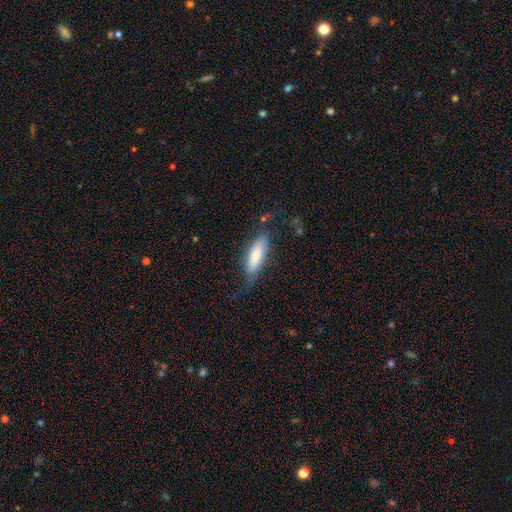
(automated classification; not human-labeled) Q: Smooth or featured?
A: smooth (69%); runner-up: featured or disk (25%)
Q: How rounded?
A: cigar-shaped (51%); runner-up: in between (48%)
Q: Merging?
A: none (62%); runner-up: minor disturbance (24%)